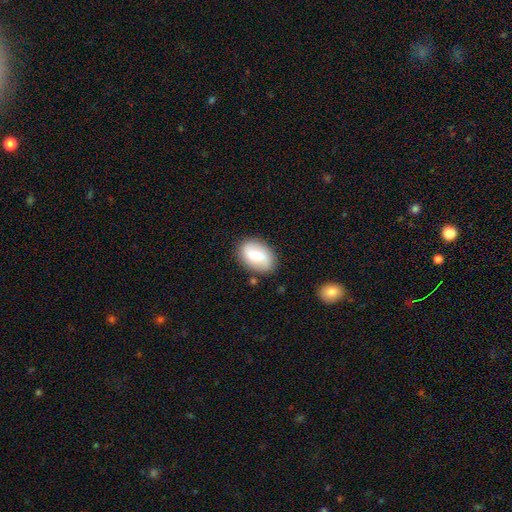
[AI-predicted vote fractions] Overall: smooth (59%; featured or disk 34%). How rounded: in between (83%). Merging: none (82%).